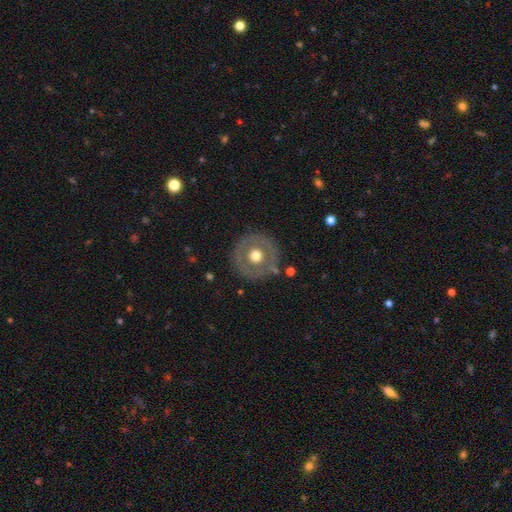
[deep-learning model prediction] A smooth galaxy with no disk features (47%).

Vote fractions:
- Smooth or featured? smooth: 47% / featured or disk: 46% / star or artifact: 6%
- Merging? none: 84% / minor disturbance: 10% / major disturbance: 4% / merger: 2%